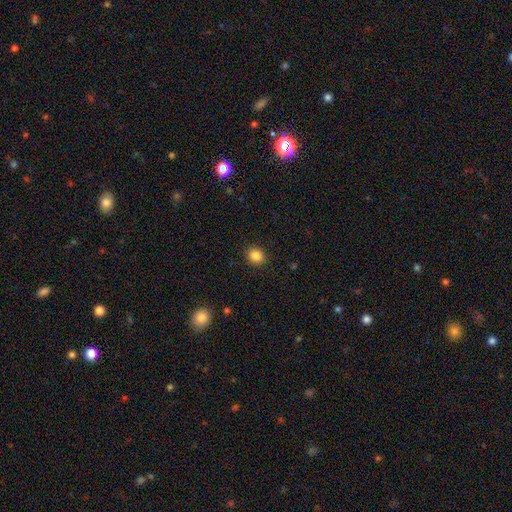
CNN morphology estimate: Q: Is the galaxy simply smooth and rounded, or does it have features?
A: smooth — 86%.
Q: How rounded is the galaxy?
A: round — 74%.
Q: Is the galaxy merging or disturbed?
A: none — 91%.